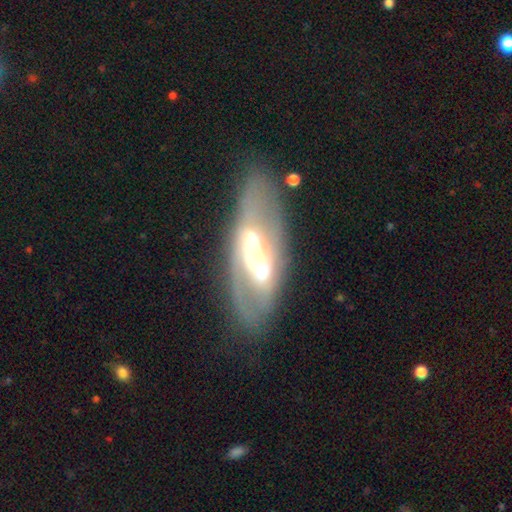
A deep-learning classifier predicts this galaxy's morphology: smooth-or-featured: featured or disk: 75% | smooth: 19% | star or artifact: 7%
  disk-edge-on: no: 82% | yes: 18%
    bar: strong: 50% | weak: 27% | no: 23%
    has-spiral-arms: yes: 55% | no: 45%
    bulge-size: moderate: 54% | large: 27% | small: 14% | dominant: 4% | none: 2%
  merging: none: 70% | minor disturbance: 16% | major disturbance: 10% | merger: 4%